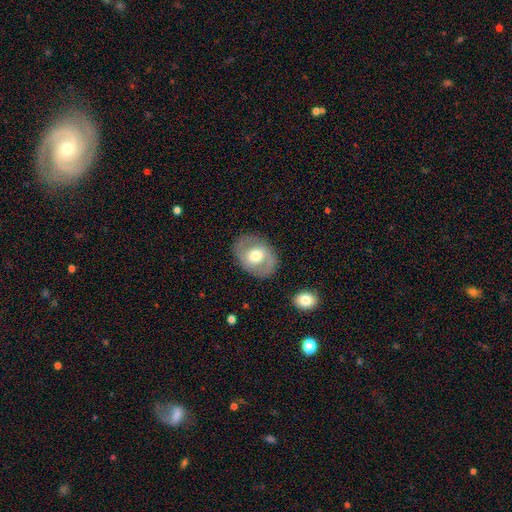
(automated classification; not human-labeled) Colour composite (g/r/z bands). It shows a featured or disk galaxy (57%) with no bar (53%), spiral arms (61%) and a moderate central bulge (70%). Merging: none (81%).